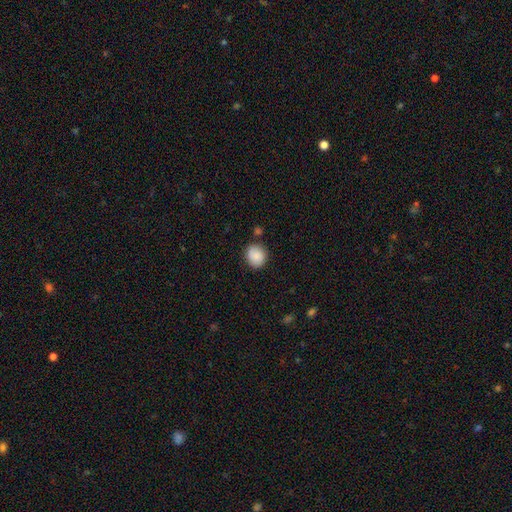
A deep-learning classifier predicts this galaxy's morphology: A smooth galaxy with no disk features (85%) that is round (77%). Merging: none (78%).